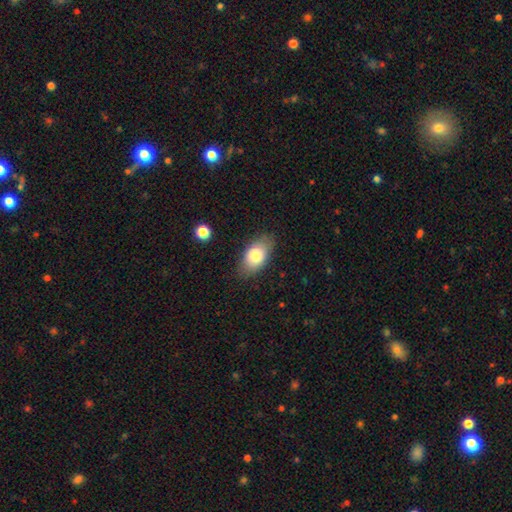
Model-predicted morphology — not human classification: Smooth or featured?
  - smooth: 80% *
  - featured or disk: 13%
  - star or artifact: 7%
How rounded?
  - in between: 91% *
  - round: 7%
  - cigar-shaped: 3%
Merging?
  - none: 82% *
  - minor disturbance: 13%
  - major disturbance: 3%
  - merger: 1%